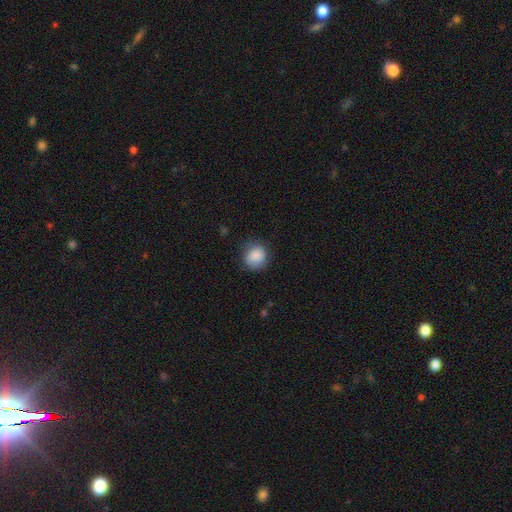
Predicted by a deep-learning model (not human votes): This is clearly a smooth galaxy (87%). How rounded: likely round (78%). Merging: likely none (74%).